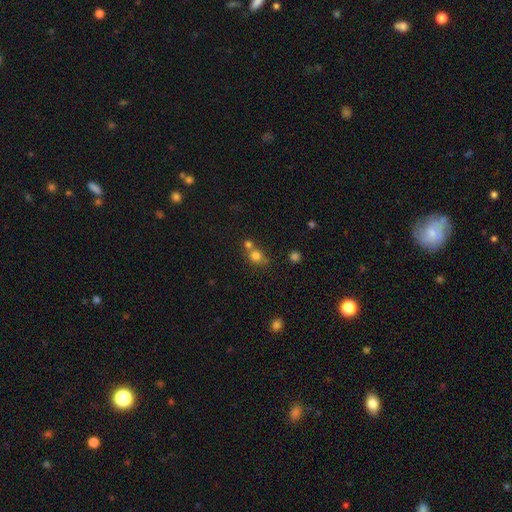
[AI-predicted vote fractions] smooth_or_featured: smooth (p=0.77) [alt: star or artifact p=0.14]
how_rounded: round (p=0.78) [alt: in between p=0.21]
merging: none (p=0.44) [alt: merger p=0.43]